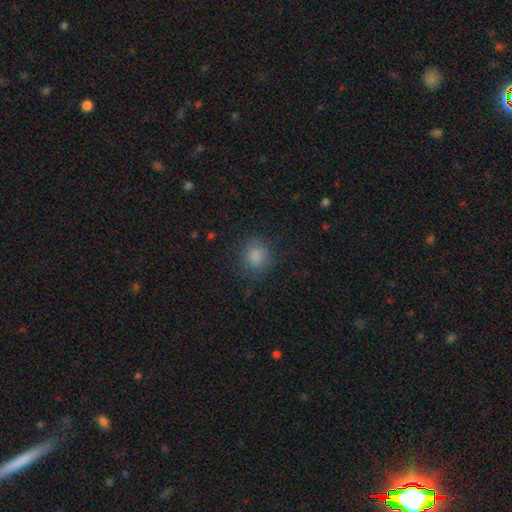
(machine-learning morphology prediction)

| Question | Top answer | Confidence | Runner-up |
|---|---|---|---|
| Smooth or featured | smooth | 82% | star or artifact (13%) |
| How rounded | round | 87% | in between (12%) |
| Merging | none | 86% | minor disturbance (10%) |